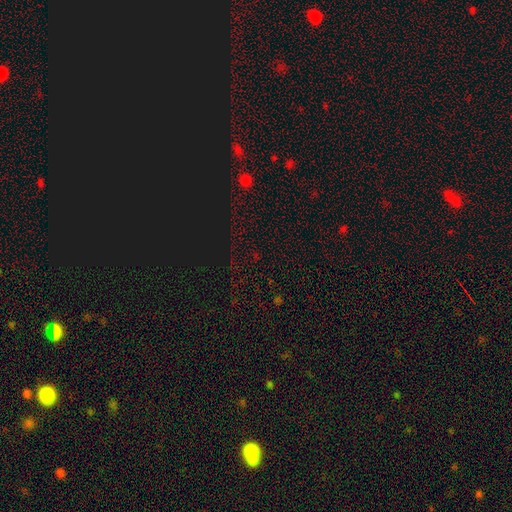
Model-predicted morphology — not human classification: A star or artifact, not a galaxy (72%).